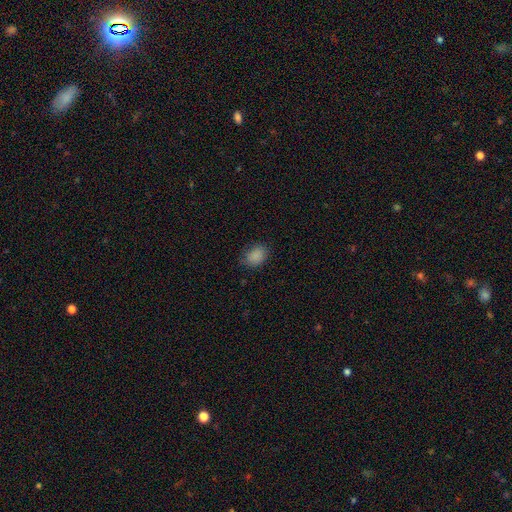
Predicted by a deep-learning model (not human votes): smooth_or_featured: smooth (p=0.86) [alt: star or artifact p=0.10]
how_rounded: in between (p=0.63) [alt: round p=0.36]
merging: none (p=0.76) [alt: minor disturbance p=0.19]